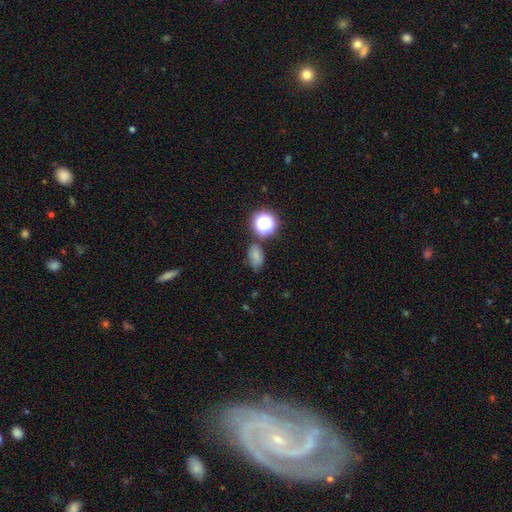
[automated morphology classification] Overall: smooth (68%). How rounded: in between (75%). Merging: none (65%).